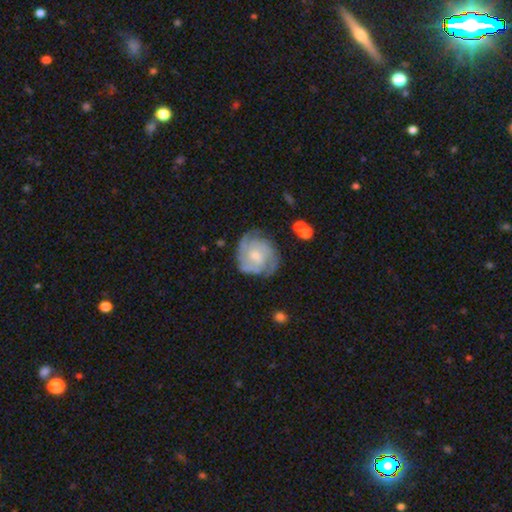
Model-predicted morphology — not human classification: featured or disk 78%, smooth 17%, star or artifact 6%. Down the decision tree: edge-on disk — no (98%); bar — no (63%); spiral arms — yes (93%); spiral arm count — can't tell (29%); spiral winding — tight (57%); bulge size — small (57%); merging — none (70%).